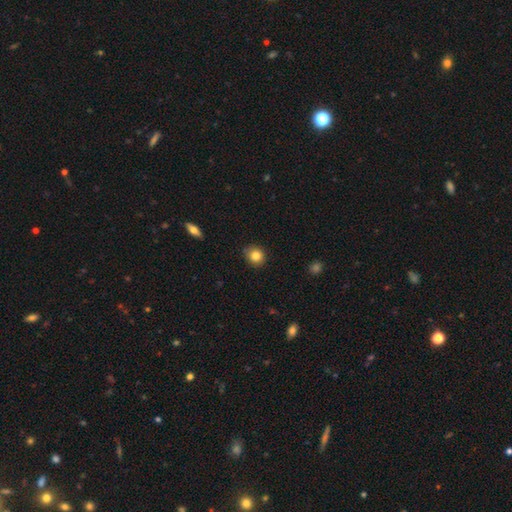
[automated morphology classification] smooth_or_featured: smooth (p=0.83) [alt: star or artifact p=0.10]
how_rounded: round (p=0.80) [alt: in between p=0.20]
merging: none (p=0.85) [alt: minor disturbance p=0.12]